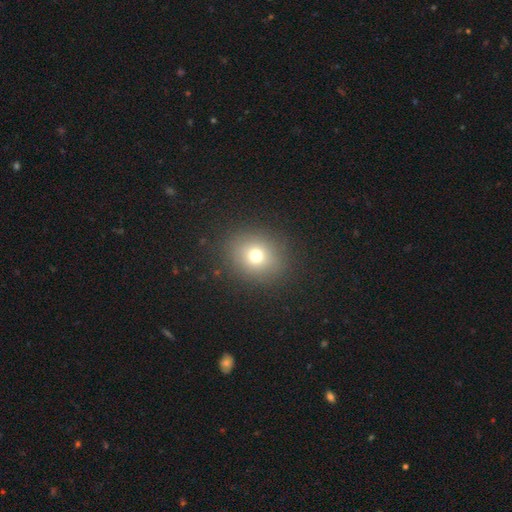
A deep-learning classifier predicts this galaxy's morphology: smooth_or_featured: smooth (p=0.72) [alt: star or artifact p=0.17]
how_rounded: round (p=0.76) [alt: in between p=0.23]
merging: none (p=0.87) [alt: minor disturbance p=0.08]